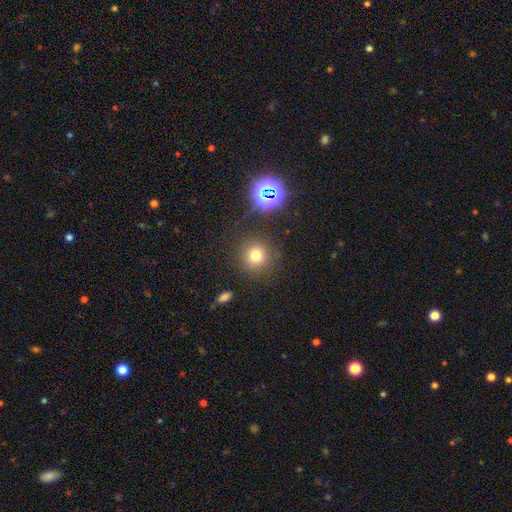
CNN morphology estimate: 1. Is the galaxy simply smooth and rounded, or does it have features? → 72% smooth, 20% star or artifact, 8% featured or disk.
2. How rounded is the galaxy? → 91% round, 8% in between, 1% cigar-shaped.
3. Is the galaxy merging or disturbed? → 85% none, 8% minor disturbance, 4% major disturbance, 3% merger.